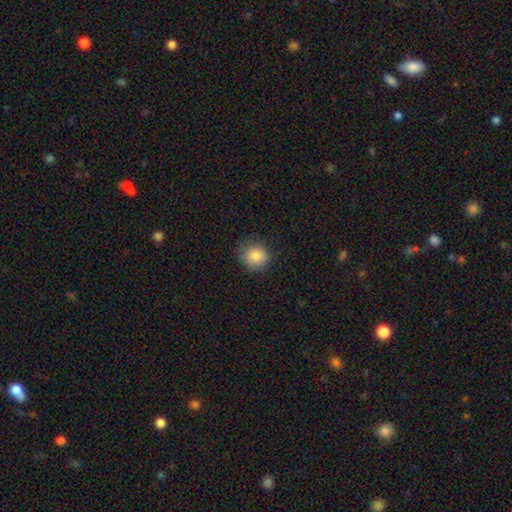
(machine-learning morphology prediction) Q: Smooth or featured?
A: smooth (84%); runner-up: star or artifact (10%)
Q: How rounded?
A: round (82%); runner-up: in between (17%)
Q: Merging?
A: none (75%); runner-up: minor disturbance (19%)